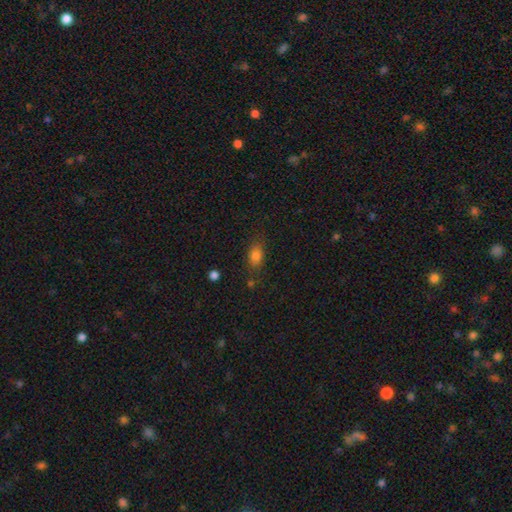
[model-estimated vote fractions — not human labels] Smooth or featured? Predicted: smooth (p=0.81). How rounded? Predicted: in between (p=0.81). Merging? Predicted: none (p=0.74).